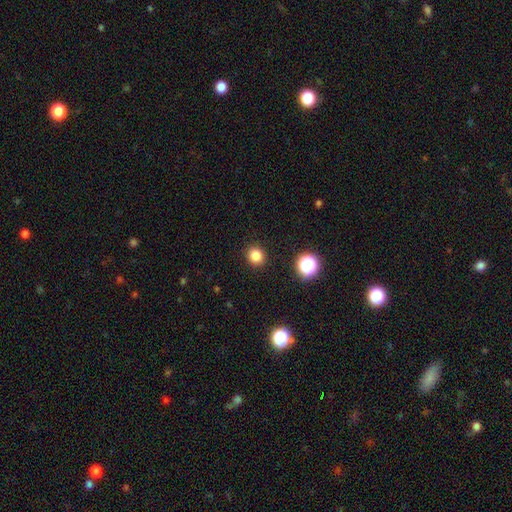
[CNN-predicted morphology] type=smooth (82%); roundness=round (84%); merging=none (91%).